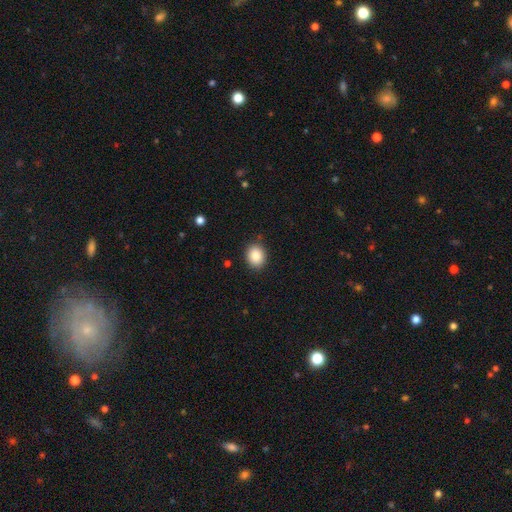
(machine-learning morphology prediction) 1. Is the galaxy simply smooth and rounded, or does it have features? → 87% smooth, 9% star or artifact, 4% featured or disk.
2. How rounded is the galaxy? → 57% round, 42% in between, 1% cigar-shaped.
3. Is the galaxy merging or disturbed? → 87% none, 9% minor disturbance, 2% major disturbance, 1% merger.